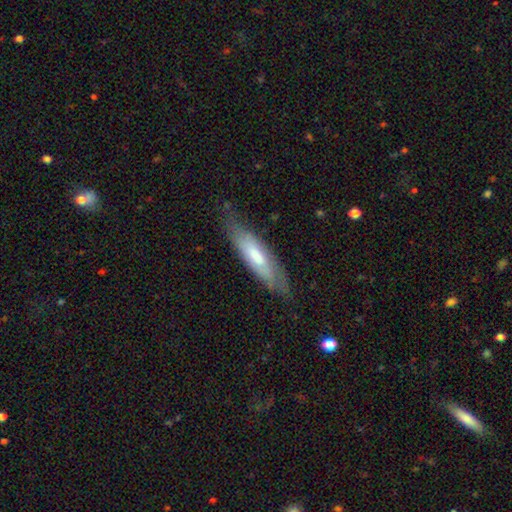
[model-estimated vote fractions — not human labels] The model was most divided on "smooth or featured": smooth: 56%, featured or disk: 39%, star or artifact: 6%. More confident: merging — none (72%); how rounded — cigar-shaped (65%).